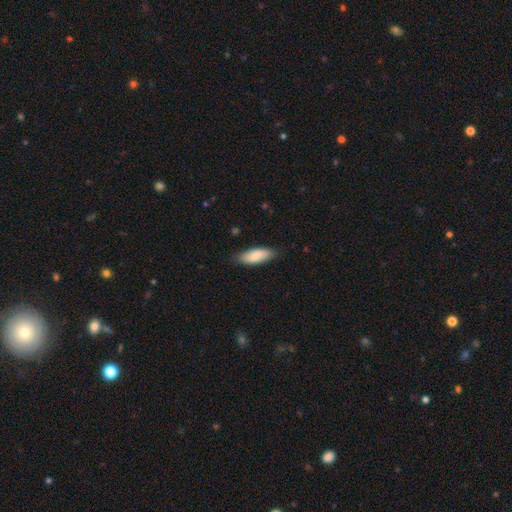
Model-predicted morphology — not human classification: The model was most divided on "how rounded": in between: 74%, cigar-shaped: 24%, round: 2%. More confident: smooth or featured — smooth (83%); merging — none (81%).